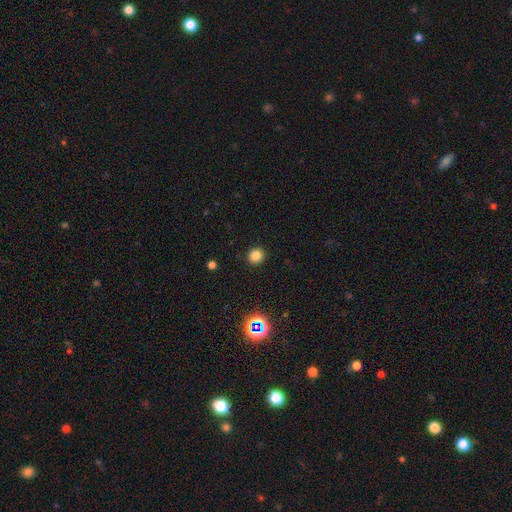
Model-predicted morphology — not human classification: Smooth or featured? smooth (81%)
How rounded? round (91%)
Merging? none (92%)